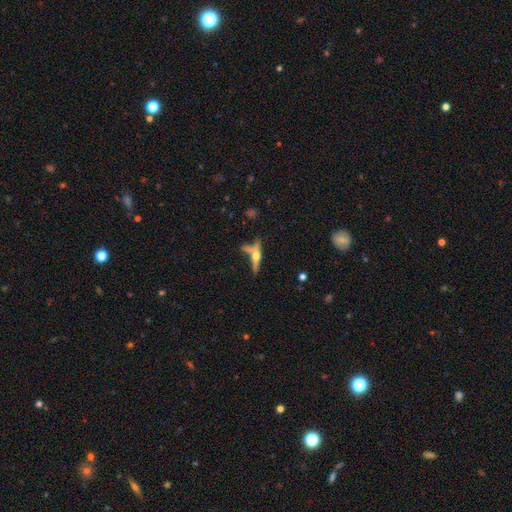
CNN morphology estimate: featured or disk 58%, smooth 32%, star or artifact 9%. Down the decision tree: edge-on disk — yes (90%); edge-on bulge — rounded (92%); merging — none (54%).